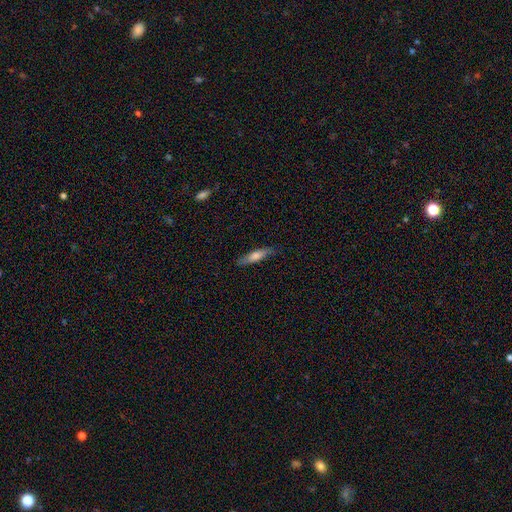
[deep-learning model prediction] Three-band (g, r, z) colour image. It shows a smooth galaxy with no disk features (60%) that is cigar-shaped (78%). Merging: none (82%).